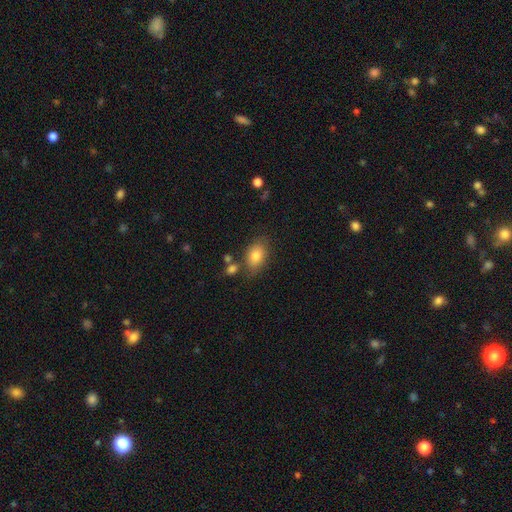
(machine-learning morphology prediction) This appears to be a smooth galaxy with no disk features (82%) that is in between round and cigar-shaped (83%). Merging: none (71%).